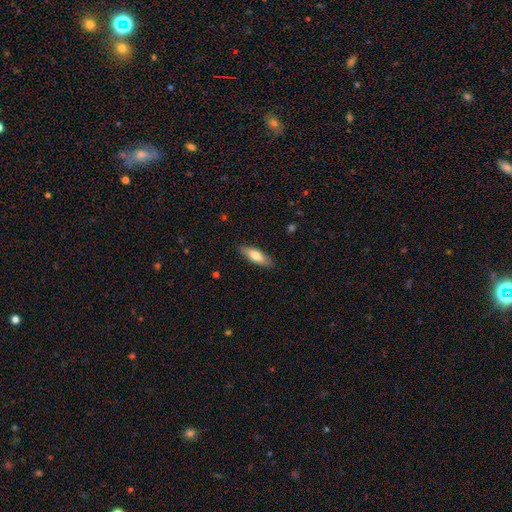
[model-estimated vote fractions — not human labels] smooth_or_featured: smooth (p=0.71) [alt: featured or disk p=0.23]
how_rounded: in between (p=0.54) [alt: cigar-shaped p=0.44]
merging: none (p=0.88) [alt: minor disturbance p=0.09]